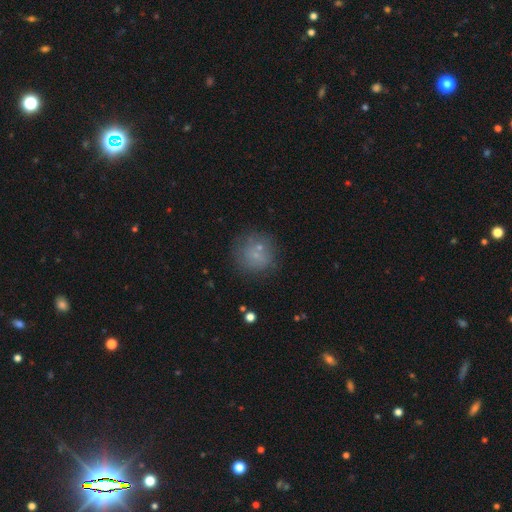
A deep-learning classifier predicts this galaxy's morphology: This is likely a smooth galaxy (64%). How rounded: clearly round (92%). Merging: likely none (73%).